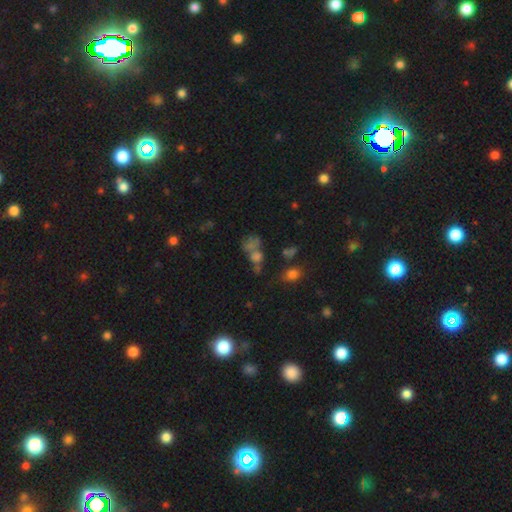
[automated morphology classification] smooth 49%, star or artifact 33%, featured or disk 18%. Down the decision tree: merging — none (37%).